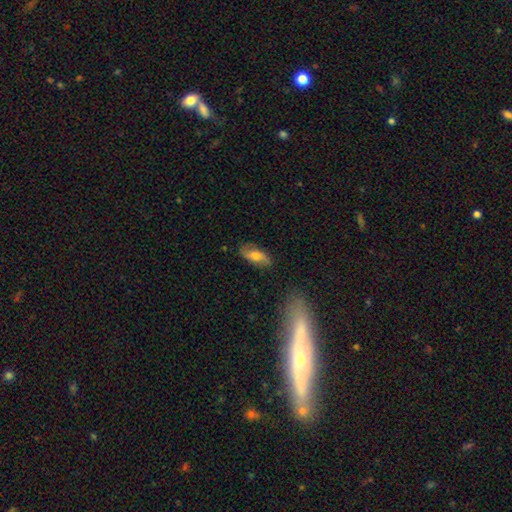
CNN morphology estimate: smooth_or_featured: smooth (p=0.56) [alt: featured or disk p=0.37]
how_rounded: in between (p=0.83) [alt: cigar-shaped p=0.13]
merging: none (p=0.80) [alt: minor disturbance p=0.15]